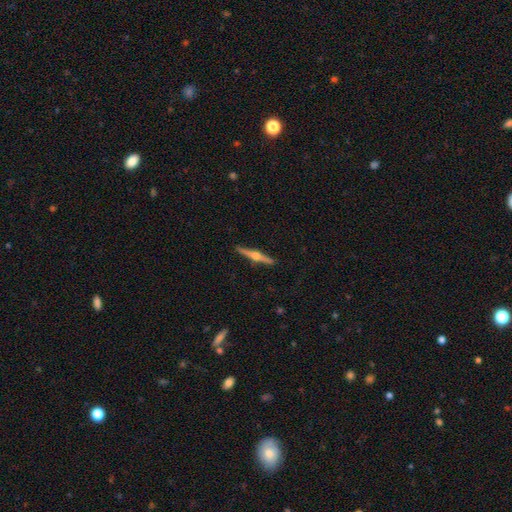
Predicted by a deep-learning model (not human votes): Smooth or featured?
  - featured or disk: 79% *
  - smooth: 16%
  - star or artifact: 5%
Edge-on disk?
  - yes: 98% *
  - no: 2%
Edge-on bulge?
  - rounded: 93% *
  - boxy: 4%
  - none: 2%
Merging?
  - none: 92% *
  - minor disturbance: 6%
  - major disturbance: 1%
  - merger: 1%